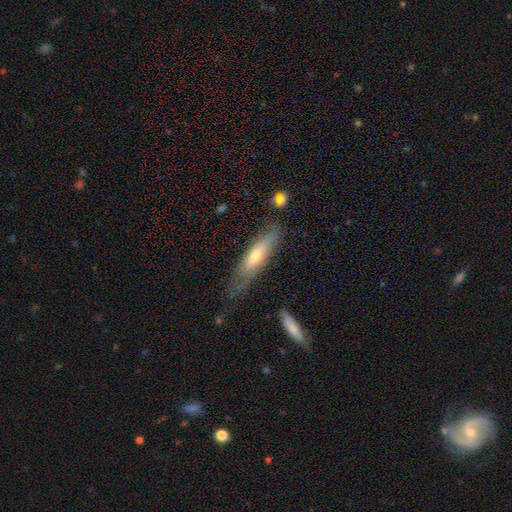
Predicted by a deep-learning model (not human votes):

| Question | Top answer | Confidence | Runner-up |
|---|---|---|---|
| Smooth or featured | smooth | 49% | featured or disk (45%) |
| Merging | none | 55% | minor disturbance (28%) |